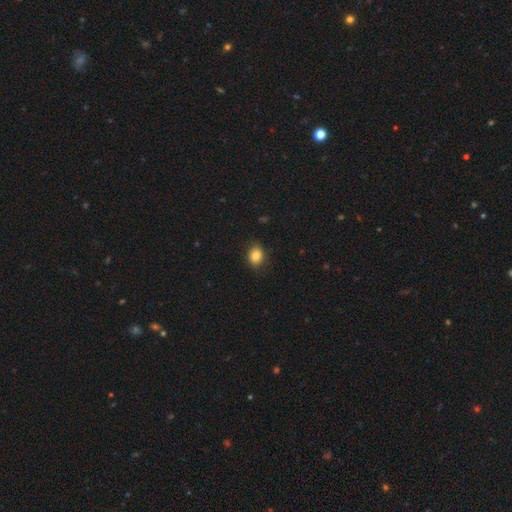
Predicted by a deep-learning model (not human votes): The model was most divided on "how rounded": in between: 56%, round: 43%, cigar-shaped: 1%. More confident: smooth or featured — smooth (85%); merging — none (82%).